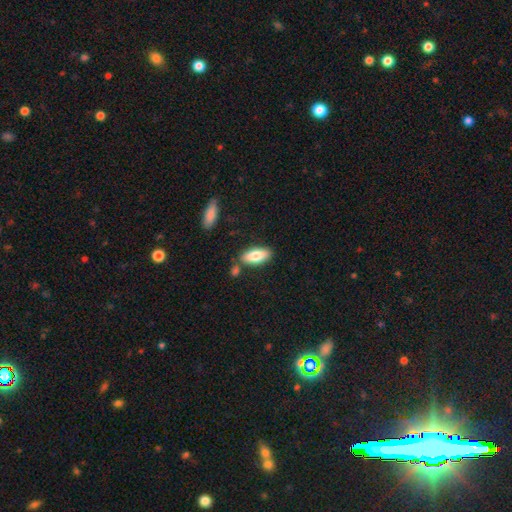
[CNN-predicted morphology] smooth 80%, featured or disk 14%, star or artifact 6%. Down the decision tree: how rounded — in between (83%); merging — none (77%).